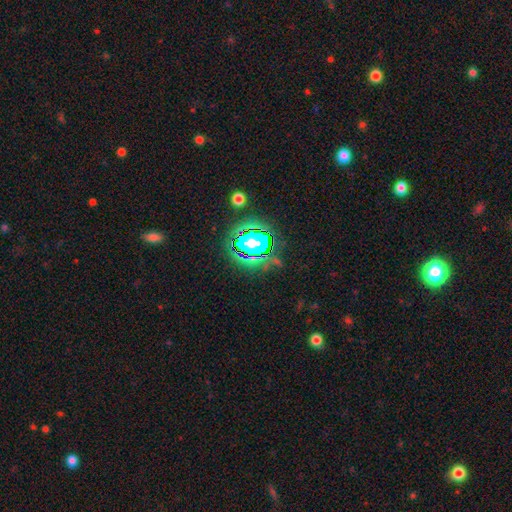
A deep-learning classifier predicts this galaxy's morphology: The model was most divided on "smooth or featured": star or artifact: 78%, smooth: 13%, featured or disk: 9%.